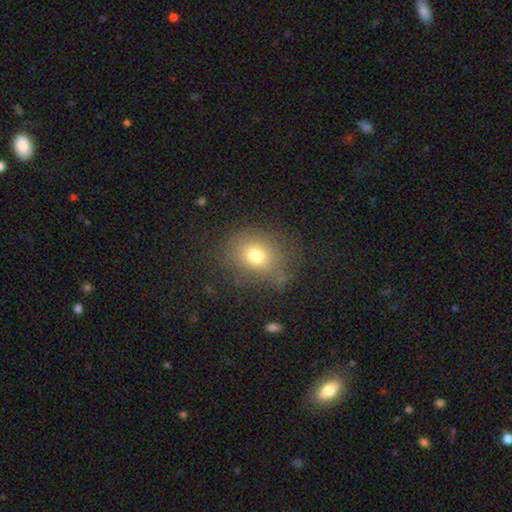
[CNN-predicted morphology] Smooth or featured: smooth — 72% (star or artifact — 15%)
How rounded: round — 58% (in between — 41%)
Merging: none — 72% (minor disturbance — 17%)